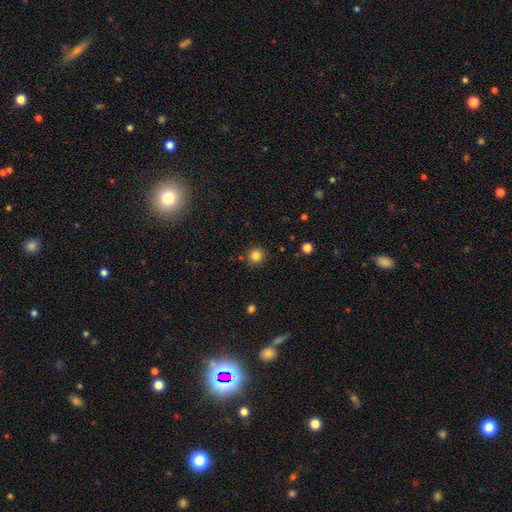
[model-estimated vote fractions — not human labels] Overall: smooth (84%). How rounded: round (94%). Merging: none (88%).